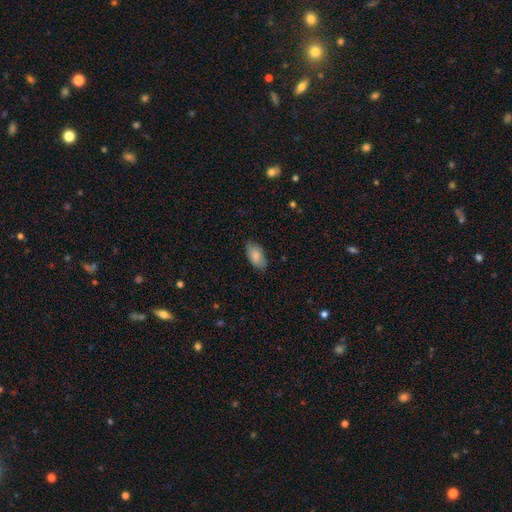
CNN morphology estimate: Smooth or featured? Predicted: smooth (p=0.81). How rounded? Predicted: in between (p=0.93). Merging? Predicted: none (p=0.79).